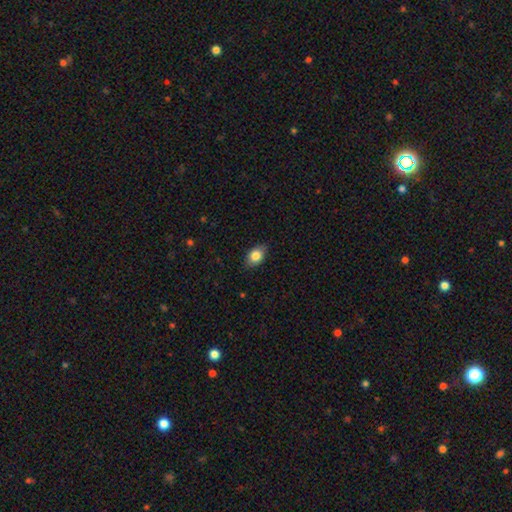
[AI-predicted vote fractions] Smooth or featured?
  - smooth: 82% *
  - featured or disk: 10%
  - star or artifact: 8%
How rounded?
  - in between: 81% *
  - round: 17%
  - cigar-shaped: 2%
Merging?
  - none: 83% *
  - minor disturbance: 14%
  - major disturbance: 2%
  - merger: 1%